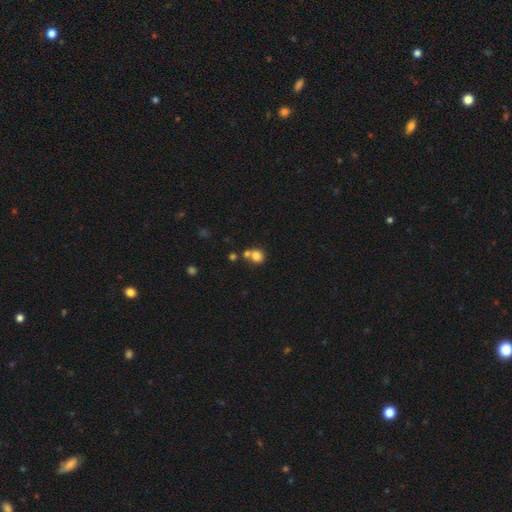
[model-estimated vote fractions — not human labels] smooth 80%, star or artifact 11%, featured or disk 8%. Down the decision tree: how rounded — round (77%); merging — none (50%).